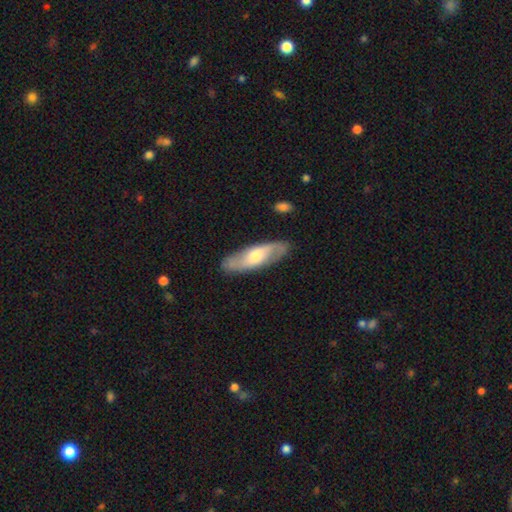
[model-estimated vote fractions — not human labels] The model was most divided on "smooth or featured": featured or disk: 61%, smooth: 35%, star or artifact: 5%. More confident: merging — none (86%); edge-on disk — no (78%).